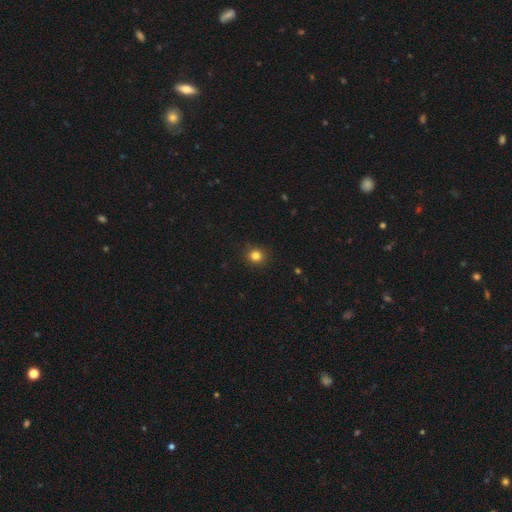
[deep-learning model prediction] Smooth or featured? Predicted: smooth (p=0.82). How rounded? Predicted: round (p=0.90). Merging? Predicted: none (p=0.91).